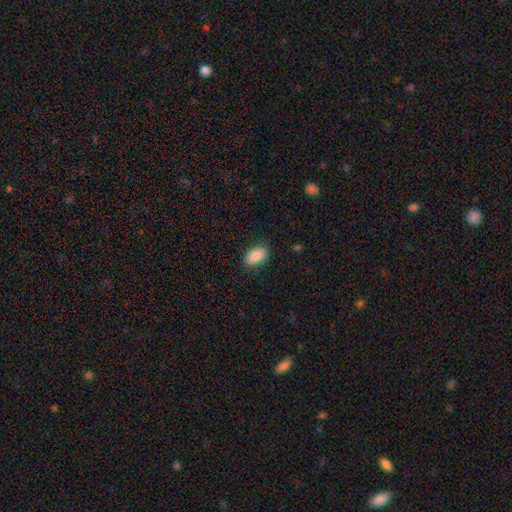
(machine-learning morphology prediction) The model was most divided on "merging": none: 87%, minor disturbance: 10%, major disturbance: 2%, merger: 1%. More confident: how rounded — in between (92%); smooth or featured — smooth (86%).